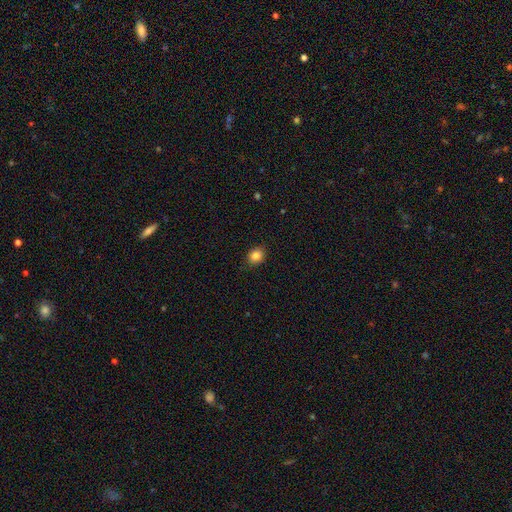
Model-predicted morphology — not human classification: Smooth or featured?
  - smooth: 85% *
  - star or artifact: 10%
  - featured or disk: 5%
How rounded?
  - round: 58% *
  - in between: 41%
  - cigar-shaped: 1%
Merging?
  - none: 88% *
  - minor disturbance: 9%
  - major disturbance: 2%
  - merger: 1%